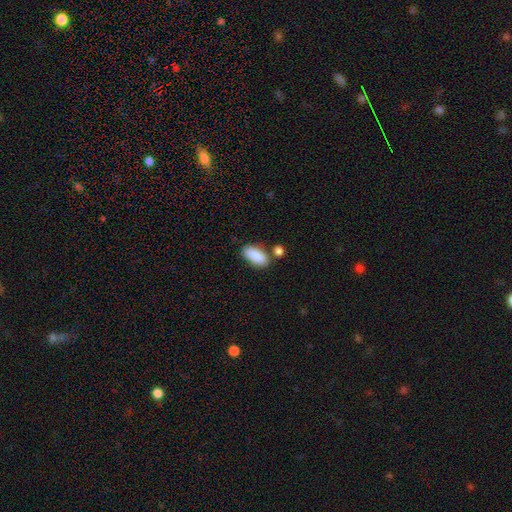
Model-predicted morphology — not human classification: Q: Smooth or featured?
A: smooth (89%); runner-up: star or artifact (6%)
Q: How rounded?
A: in between (91%); runner-up: cigar-shaped (7%)
Q: Merging?
A: none (69%); runner-up: merger (14%)